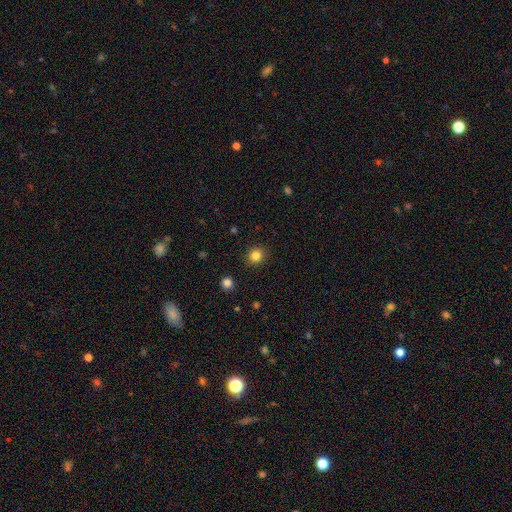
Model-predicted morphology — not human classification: Q: Smooth or featured?
A: smooth (83%); runner-up: star or artifact (12%)
Q: How rounded?
A: round (85%); runner-up: in between (14%)
Q: Merging?
A: none (90%); runner-up: minor disturbance (6%)